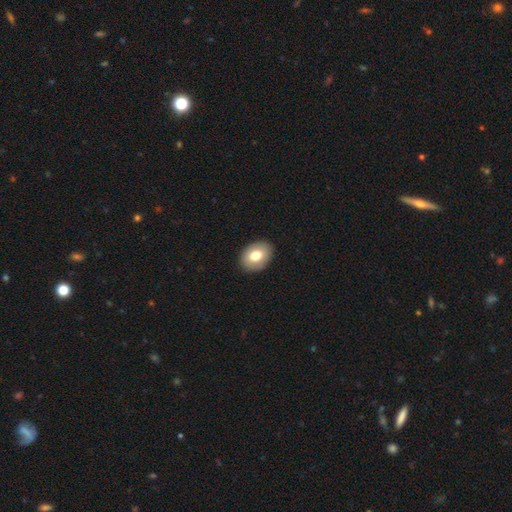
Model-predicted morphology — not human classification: Overall: smooth (75%). How rounded: in between (74%). Merging: none (89%).